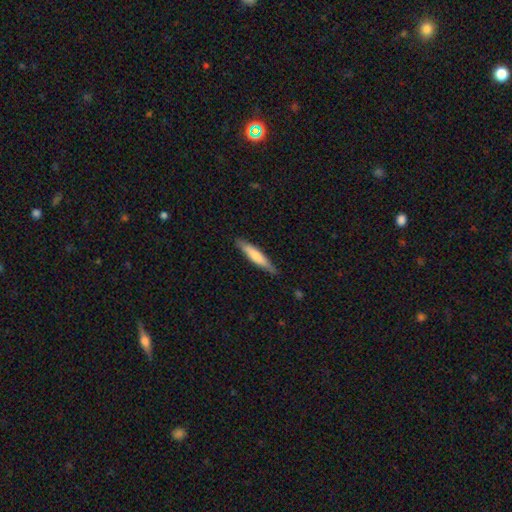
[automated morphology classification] Smooth or featured?
  - smooth: 66% *
  - featured or disk: 29%
  - star or artifact: 5%
How rounded?
  - cigar-shaped: 87% *
  - in between: 11%
  - round: 1%
Merging?
  - none: 86% *
  - minor disturbance: 11%
  - major disturbance: 2%
  - merger: 1%